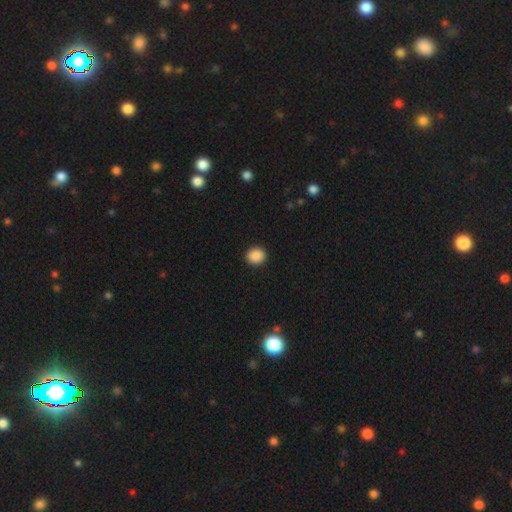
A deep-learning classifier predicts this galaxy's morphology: Q: Smooth or featured?
A: smooth (89%); runner-up: star or artifact (9%)
Q: How rounded?
A: round (75%); runner-up: in between (24%)
Q: Merging?
A: none (92%); runner-up: minor disturbance (5%)